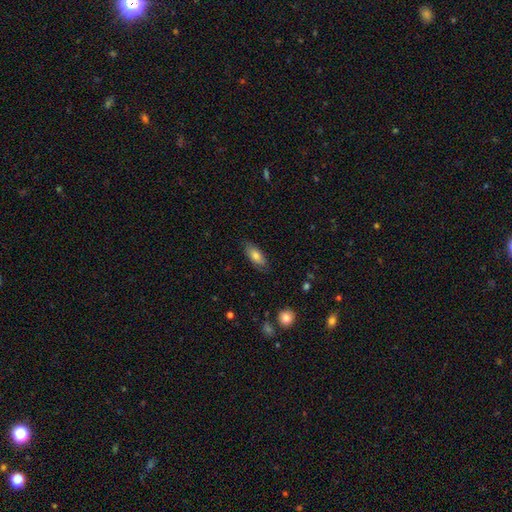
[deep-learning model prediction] Smooth or featured? smooth (71%)
How rounded? in between (82%)
Merging? none (80%)